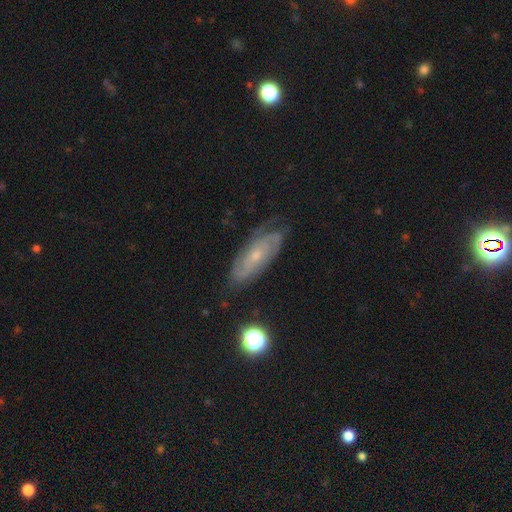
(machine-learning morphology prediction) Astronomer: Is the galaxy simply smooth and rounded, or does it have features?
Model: featured or disk — 75%.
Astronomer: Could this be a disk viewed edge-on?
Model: no — 88%.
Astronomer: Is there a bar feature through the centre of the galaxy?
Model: no — 71%.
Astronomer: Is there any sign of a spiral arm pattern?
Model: yes — 91%.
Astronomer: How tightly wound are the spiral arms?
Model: tight — 62%.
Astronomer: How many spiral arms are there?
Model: can't tell — 46% (runner-up: 2, 29%).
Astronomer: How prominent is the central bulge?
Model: small — 70%.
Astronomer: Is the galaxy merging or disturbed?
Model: none — 73%.